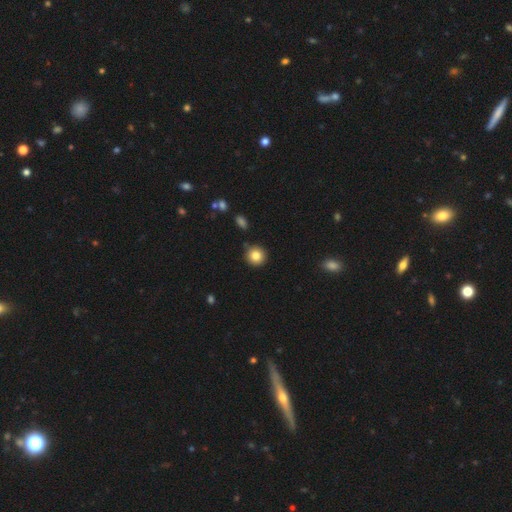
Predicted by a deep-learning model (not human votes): A smooth galaxy with no disk features (83%) that is round (93%).

Vote fractions:
- Smooth or featured? smooth: 83% / star or artifact: 10% / featured or disk: 7%
- How rounded? round: 93% / in between: 6% / cigar-shaped: 1%
- Merging? none: 87% / minor disturbance: 8% / merger: 3% / major disturbance: 2%